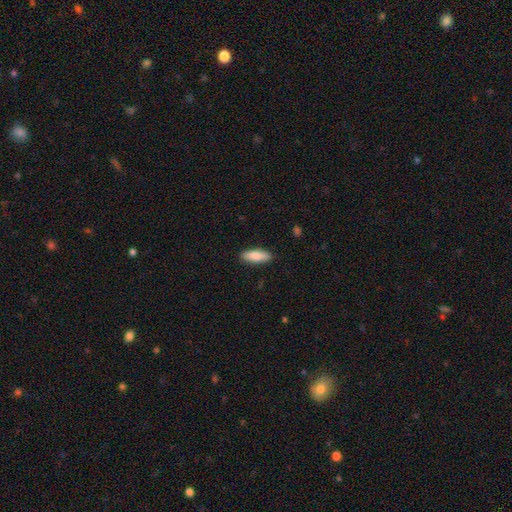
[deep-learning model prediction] Smooth or featured: smooth — 78% (featured or disk — 16%)
How rounded: in between — 55% (cigar-shaped — 43%)
Merging: none — 89% (minor disturbance — 8%)